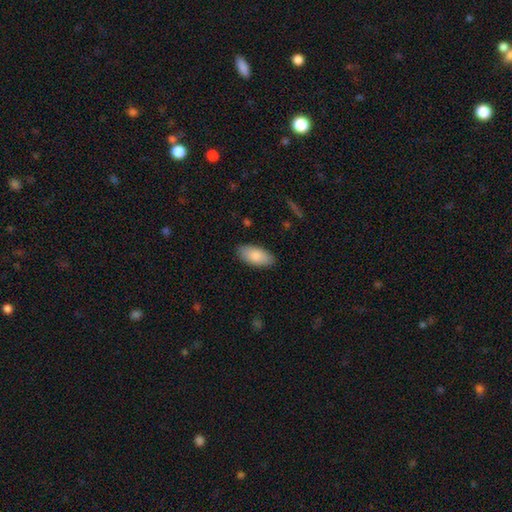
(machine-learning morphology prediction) Smooth or featured? Predicted: smooth (p=0.86). How rounded? Predicted: in between (p=0.93). Merging? Predicted: none (p=0.87).